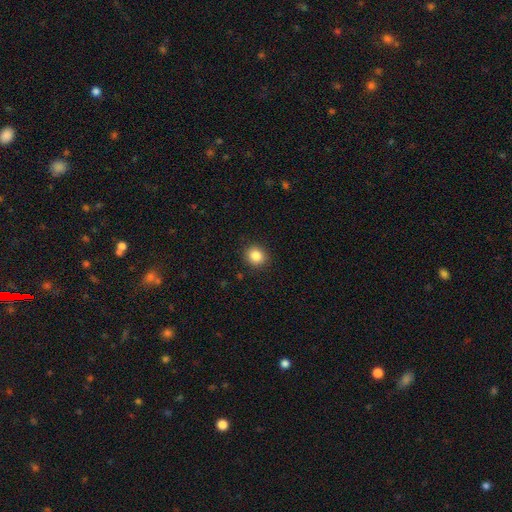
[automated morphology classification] smooth-or-featured: smooth: 86% | star or artifact: 10% | featured or disk: 5%
  how-rounded: round: 81% | in between: 18% | cigar-shaped: 1%
  merging: none: 90% | minor disturbance: 7% | major disturbance: 2% | merger: 1%